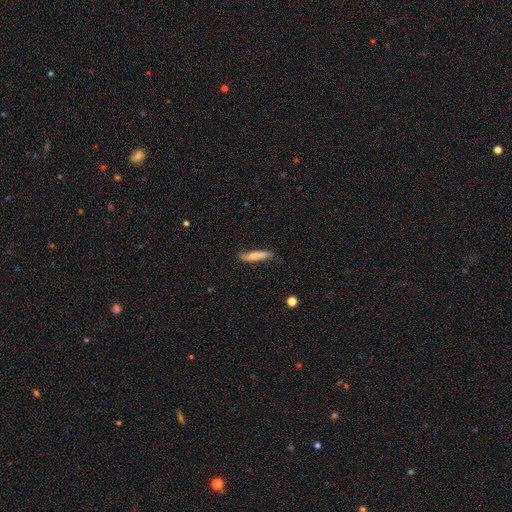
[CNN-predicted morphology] type=smooth (64%); roundness=cigar-shaped (84%); merging=none (74%).